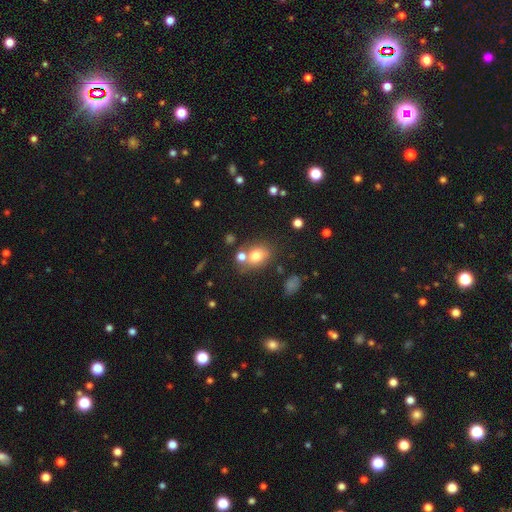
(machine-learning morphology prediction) smooth-or-featured: smooth: 75% | star or artifact: 13% | featured or disk: 12%
  how-rounded: in between: 54% | round: 44% | cigar-shaped: 1%
  merging: none: 57% | merger: 24% | minor disturbance: 14% | major disturbance: 5%